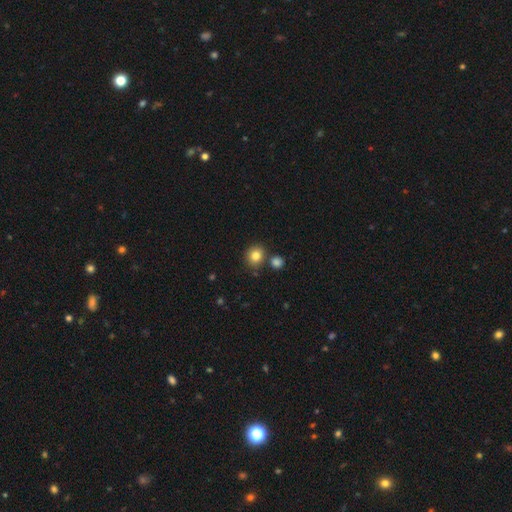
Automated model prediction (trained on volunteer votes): smooth 82%, star or artifact 11%, featured or disk 7%. Down the decision tree: how rounded — round (79%); merging — none (75%).